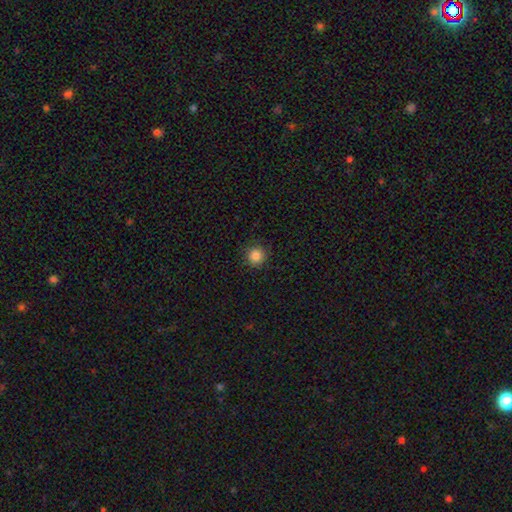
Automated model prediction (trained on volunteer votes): This is clearly a smooth galaxy (85%). How rounded: clearly round (95%). Merging: clearly none (90%).